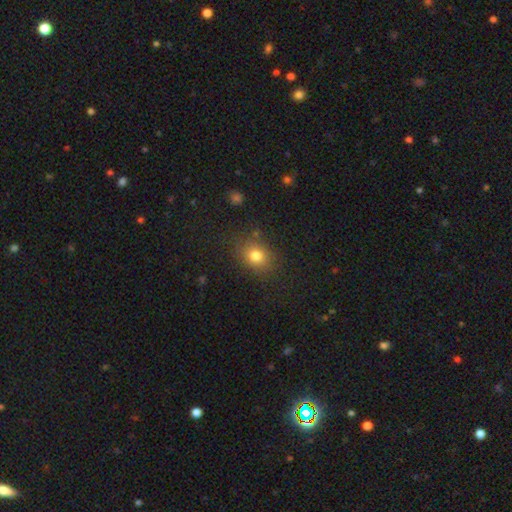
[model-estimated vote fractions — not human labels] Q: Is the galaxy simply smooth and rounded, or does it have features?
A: smooth — 78%.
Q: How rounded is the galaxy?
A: round — 50%.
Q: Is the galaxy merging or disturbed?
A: none — 80%.